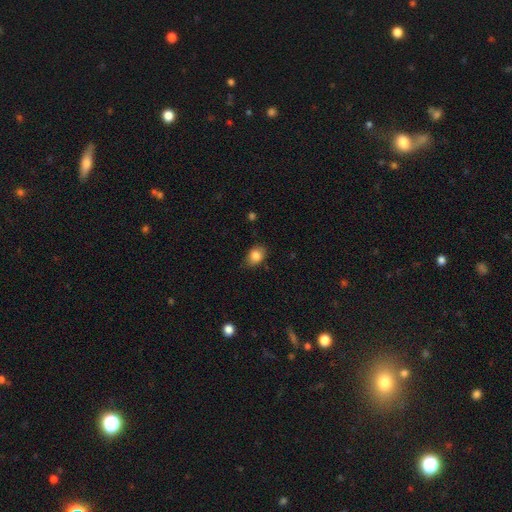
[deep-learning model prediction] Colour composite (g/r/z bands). It shows a smooth galaxy with no disk features (84%) that is in between round and cigar-shaped (71%). Merging: none (76%).